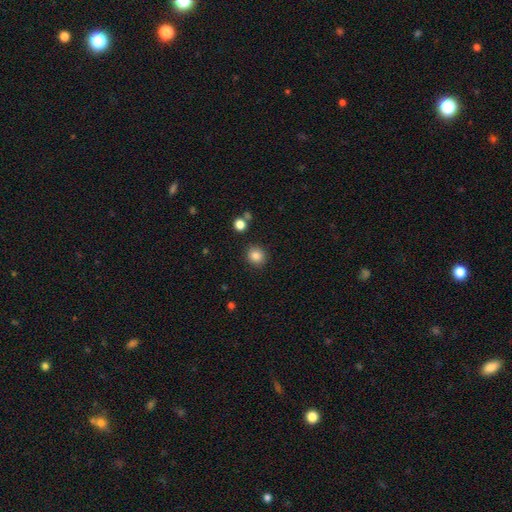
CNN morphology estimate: This is clearly a smooth galaxy (85%). How rounded: clearly round (87%). Merging: clearly none (89%).